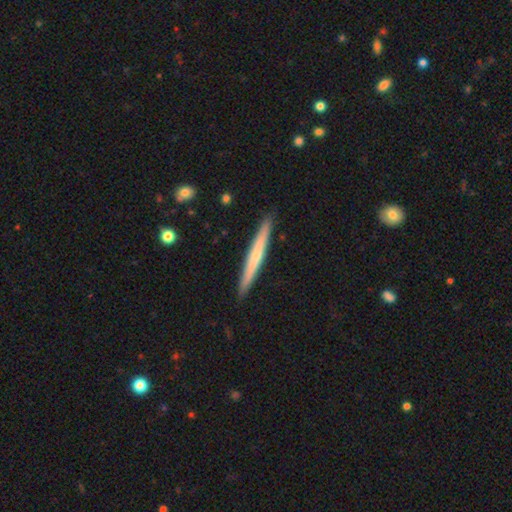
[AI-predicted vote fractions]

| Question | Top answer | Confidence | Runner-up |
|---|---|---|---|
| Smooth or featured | featured or disk | 49% | smooth (45%) |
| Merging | none | 92% | minor disturbance (6%) |